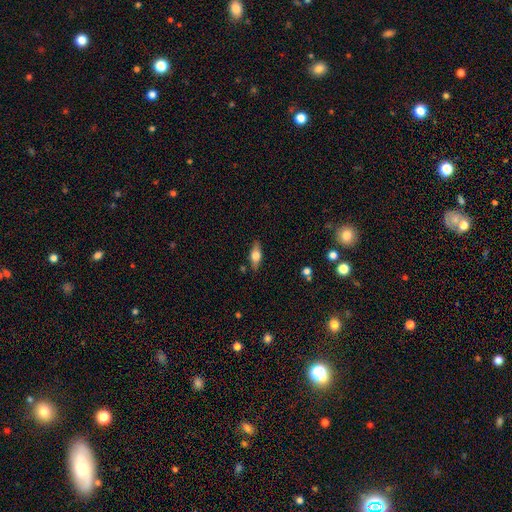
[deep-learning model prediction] smooth_or_featured: smooth (p=0.48) [alt: featured or disk p=0.44]
merging: none (p=0.84) [alt: minor disturbance p=0.12]